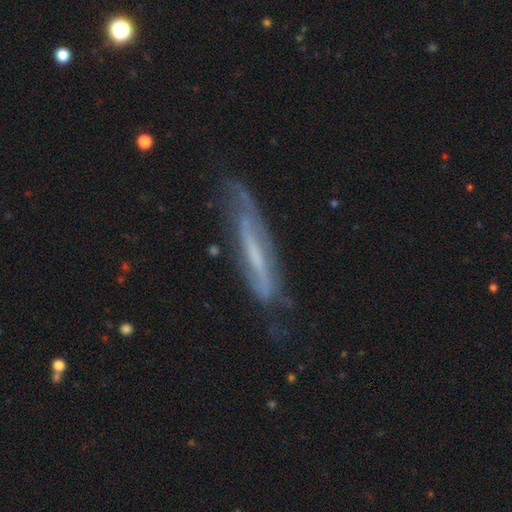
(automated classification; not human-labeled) featured or disk 68%, smooth 23%, star or artifact 8%. Down the decision tree: edge-on disk — yes (56%); merging — none (55%).